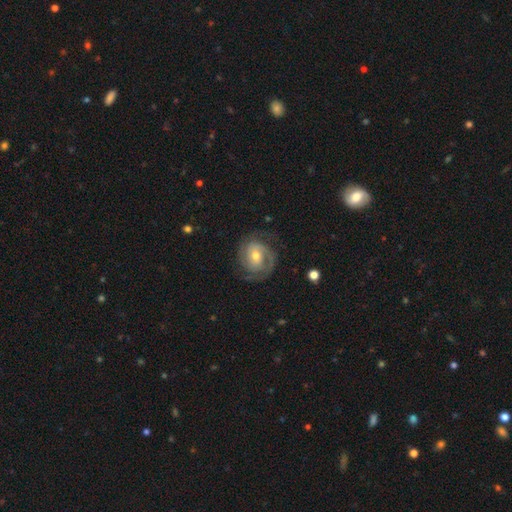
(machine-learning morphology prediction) This is clearly a featured or disk galaxy (86%). It is clearly not viewed edge-on (98%). Bar: possibly no (51%). Spiral arm pattern: clearly yes (96%). Spiral arm count: likely 2 (70%). Spiral winding: possibly tight (58%). Central bulge: likely moderate (62%). Merging: likely none (76%).